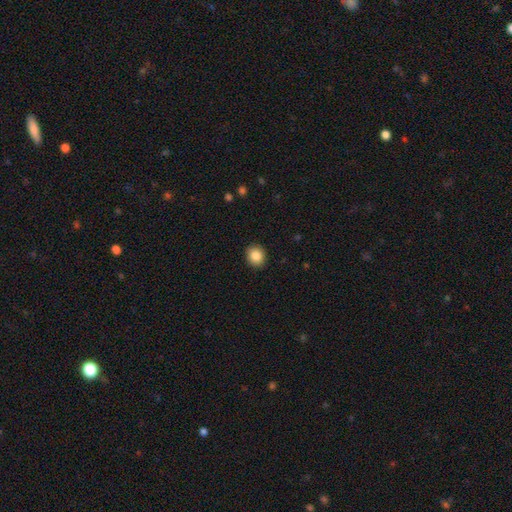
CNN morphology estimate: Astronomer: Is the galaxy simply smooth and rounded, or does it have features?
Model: smooth — 86%.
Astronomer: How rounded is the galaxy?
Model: round — 70%.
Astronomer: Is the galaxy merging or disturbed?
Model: none — 91%.